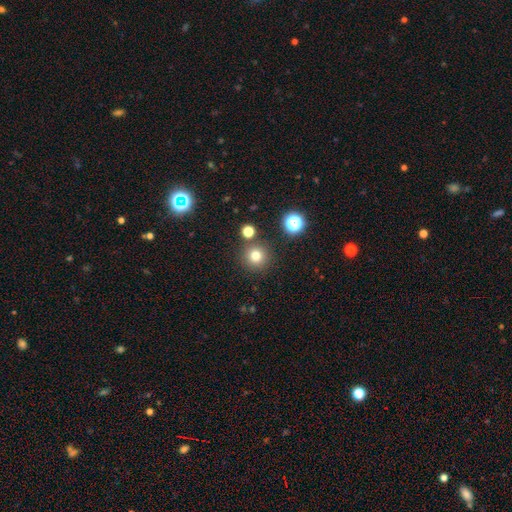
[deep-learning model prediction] Smooth or featured? smooth (76%)
How rounded? round (95%)
Merging? none (86%)